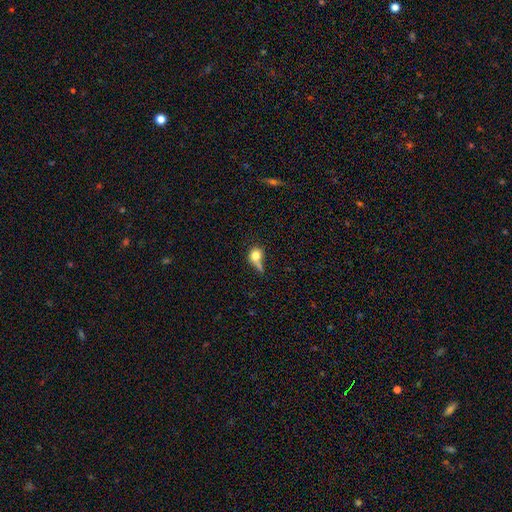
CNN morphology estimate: Smooth or featured? Predicted: smooth (p=0.75). How rounded? Predicted: round (p=0.65). Merging? Predicted: none (p=0.31).